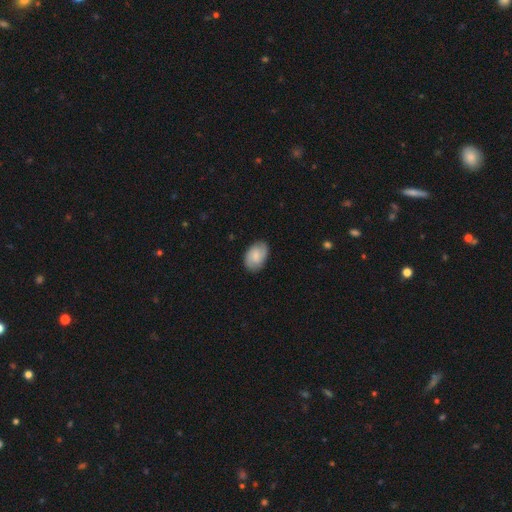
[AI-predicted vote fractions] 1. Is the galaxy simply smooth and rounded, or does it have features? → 67% smooth, 26% featured or disk, 7% star or artifact.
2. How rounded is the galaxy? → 88% in between, 11% round, 1% cigar-shaped.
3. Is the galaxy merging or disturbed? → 82% none, 14% minor disturbance, 3% major disturbance, 1% merger.